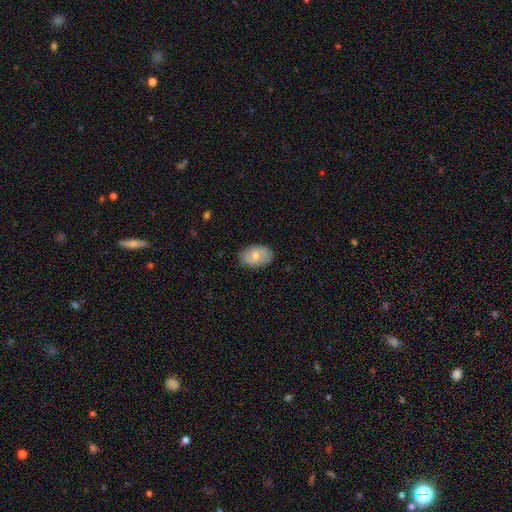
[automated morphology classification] The model was most divided on "smooth or featured": smooth: 75%, featured or disk: 19%, star or artifact: 7%. More confident: how rounded — in between (88%); merging — none (85%).